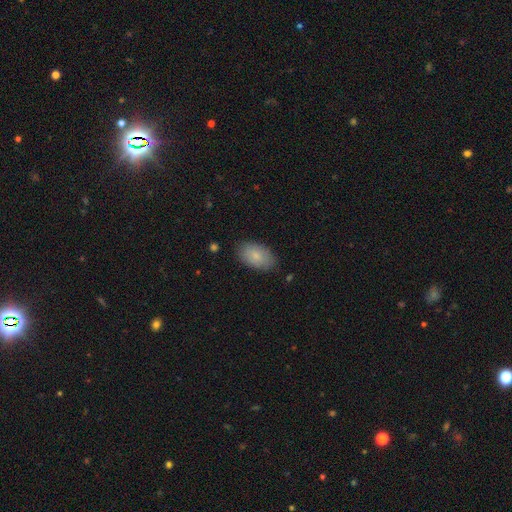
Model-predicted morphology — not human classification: A smooth galaxy with no disk features (83%) that is in between round and cigar-shaped (93%). Merging: none (82%).